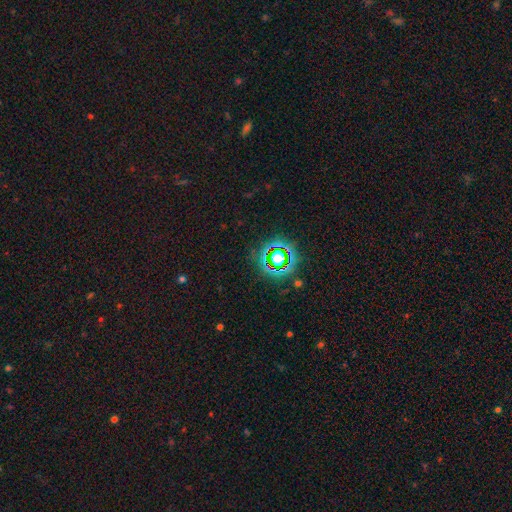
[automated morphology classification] Q: Smooth or featured?
A: star or artifact (75%); runner-up: smooth (18%)